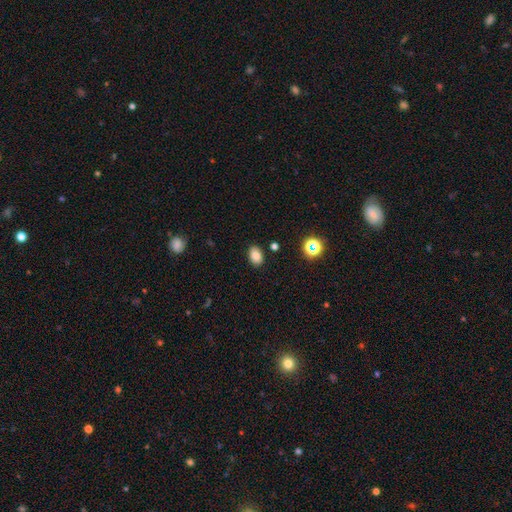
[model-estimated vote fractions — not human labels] The model was most divided on "how rounded": in between: 83%, round: 16%, cigar-shaped: 1%. More confident: merging — none (87%); smooth or featured — smooth (81%).